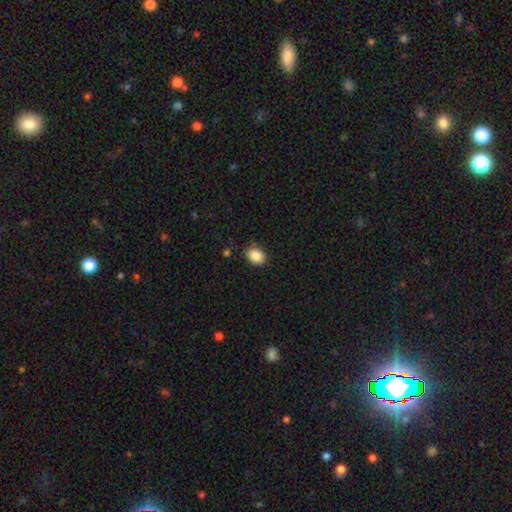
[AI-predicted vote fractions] Smooth or featured? Predicted: smooth (p=0.87). How rounded? Predicted: in between (p=0.58). Merging? Predicted: none (p=0.83).